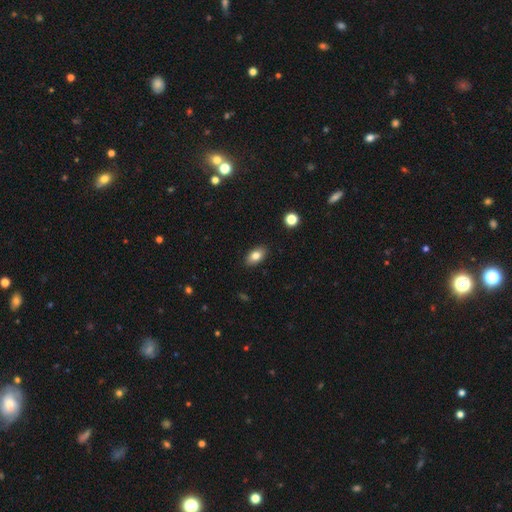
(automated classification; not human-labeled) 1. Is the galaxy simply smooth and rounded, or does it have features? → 80% smooth, 12% featured or disk, 8% star or artifact.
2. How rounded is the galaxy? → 90% in between, 8% round, 2% cigar-shaped.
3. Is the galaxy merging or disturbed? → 88% none, 9% minor disturbance, 2% major disturbance, 1% merger.